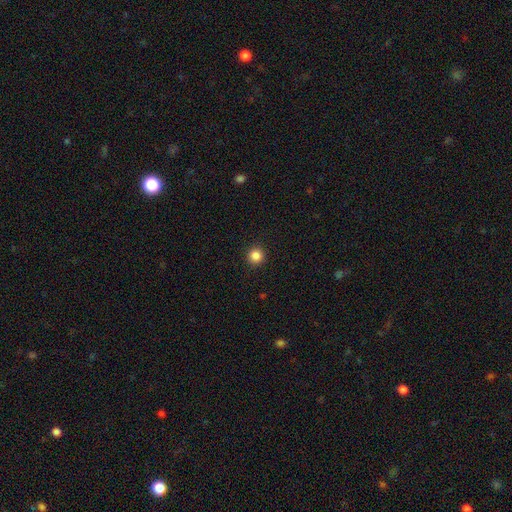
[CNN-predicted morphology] Smooth or featured? Predicted: smooth (p=0.85). How rounded? Predicted: round (p=0.95). Merging? Predicted: none (p=0.93).